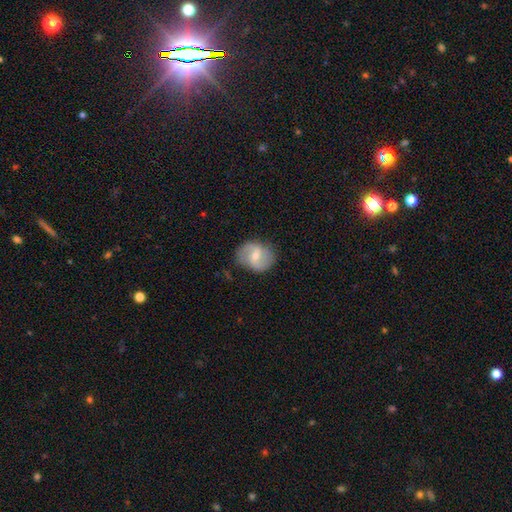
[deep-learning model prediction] This is likely a featured or disk galaxy (61%). It is clearly not viewed edge-on (97%). Bar: possibly weak (54%). Spiral arm pattern: clearly yes (81%). Central bulge: possibly moderate (50%). Merging: likely none (75%).